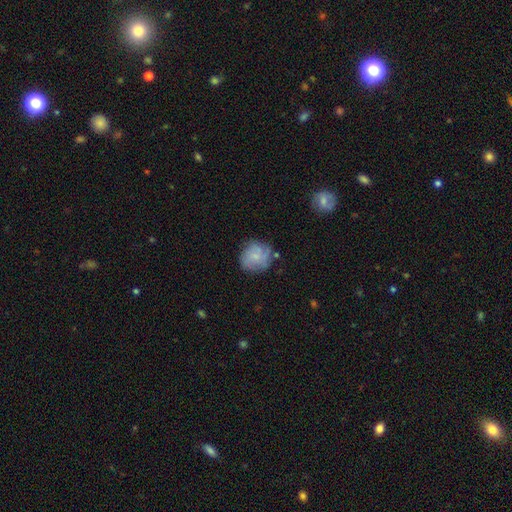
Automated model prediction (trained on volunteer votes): Q: Smooth or featured?
A: smooth (53%); runner-up: featured or disk (38%)
Q: How rounded?
A: round (80%); runner-up: in between (19%)
Q: Merging?
A: none (68%); runner-up: minor disturbance (21%)